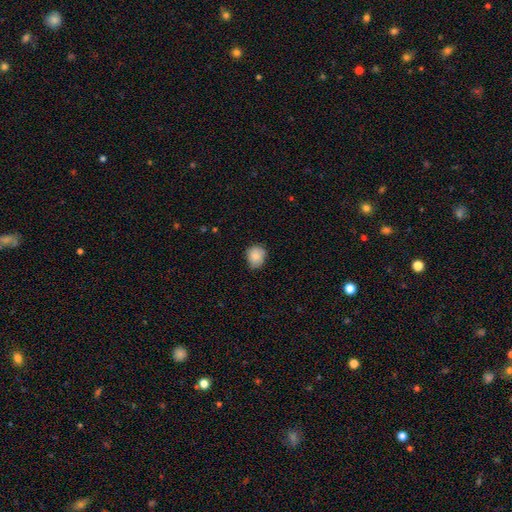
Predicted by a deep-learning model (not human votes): smooth_or_featured: smooth (p=0.84) [alt: featured or disk p=0.08]
how_rounded: round (p=0.68) [alt: in between p=0.31]
merging: none (p=0.71) [alt: minor disturbance p=0.25]